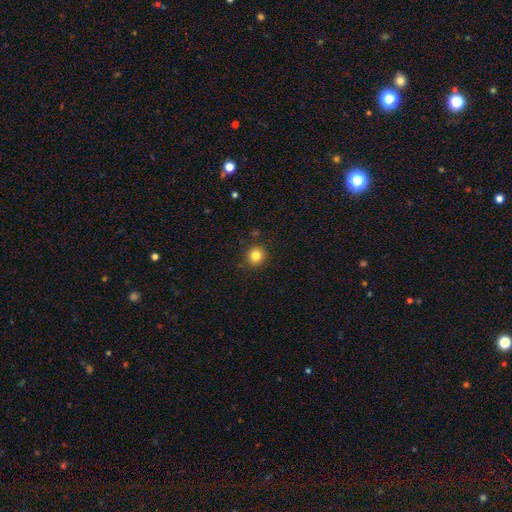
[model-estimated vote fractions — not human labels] The model was most divided on "smooth or featured": smooth: 83%, star or artifact: 12%, featured or disk: 5%. More confident: how rounded — round (92%); merging — none (90%).